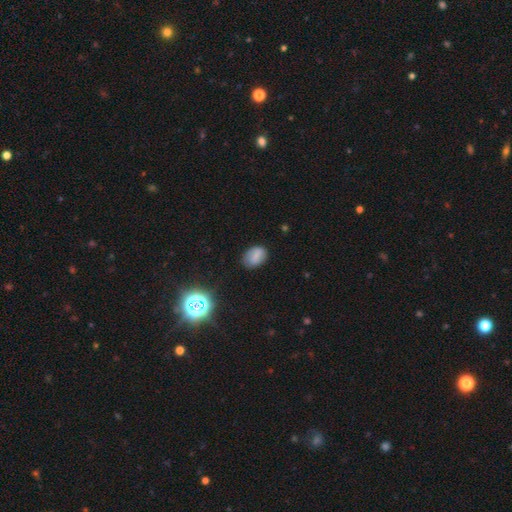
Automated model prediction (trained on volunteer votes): Smooth or featured? smooth (70%)
How rounded? in between (78%)
Merging? none (74%)